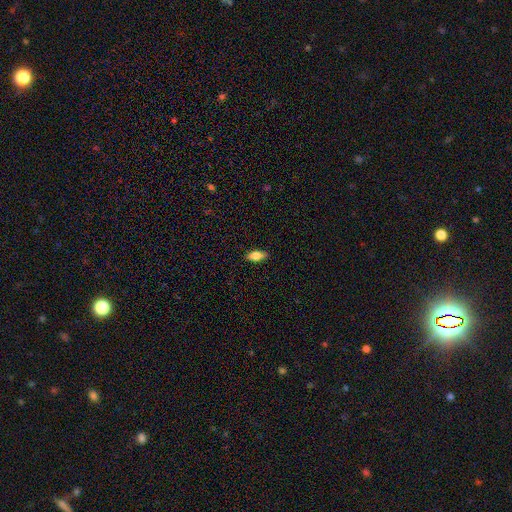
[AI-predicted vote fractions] smooth-or-featured: smooth: 73% | featured or disk: 20% | star or artifact: 7%
  how-rounded: in between: 81% | cigar-shaped: 16% | round: 3%
  merging: none: 87% | minor disturbance: 10% | major disturbance: 2% | merger: 1%